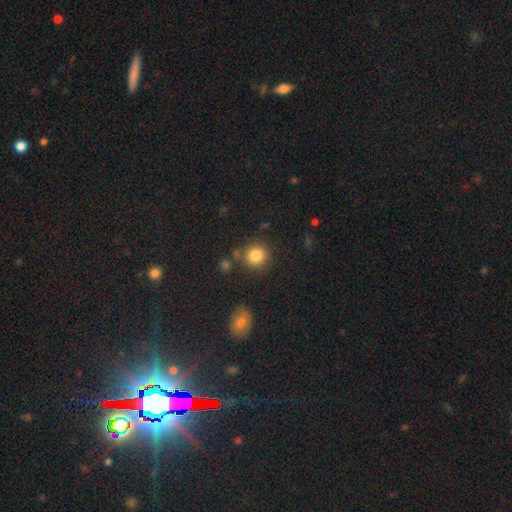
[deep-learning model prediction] The model was most divided on "merging": none: 81%, minor disturbance: 9%, merger: 6%, major disturbance: 3%. More confident: how rounded — round (91%); smooth or featured — smooth (83%).